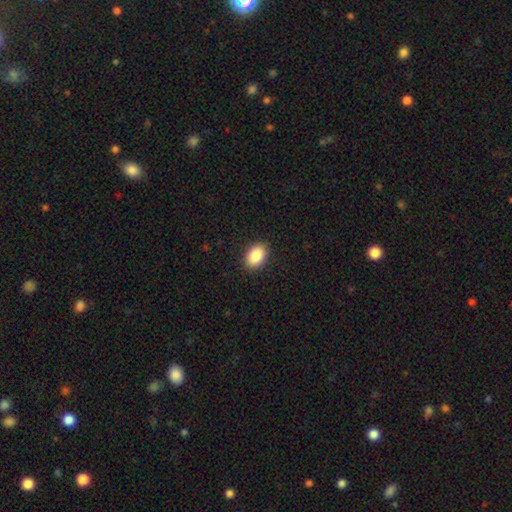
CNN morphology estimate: This appears to be a smooth galaxy with no disk features (88%) that is in between round and cigar-shaped (86%). Merging: none (90%).